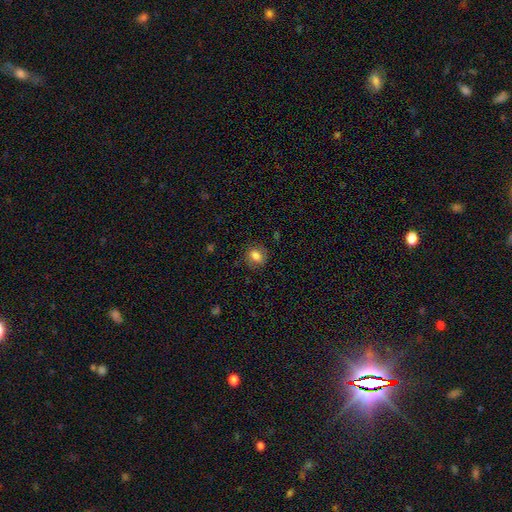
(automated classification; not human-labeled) Morphology: type=smooth (80%); roundness=round (50%); merging=none (79%).